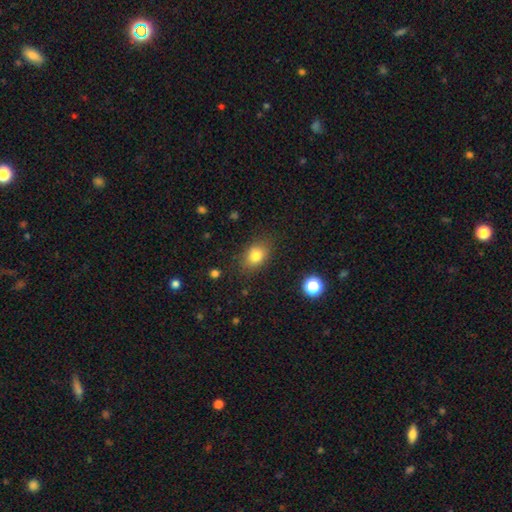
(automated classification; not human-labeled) Q: Smooth or featured?
A: smooth (80%); runner-up: star or artifact (11%)
Q: How rounded?
A: in between (72%); runner-up: round (26%)
Q: Merging?
A: none (83%); runner-up: minor disturbance (12%)